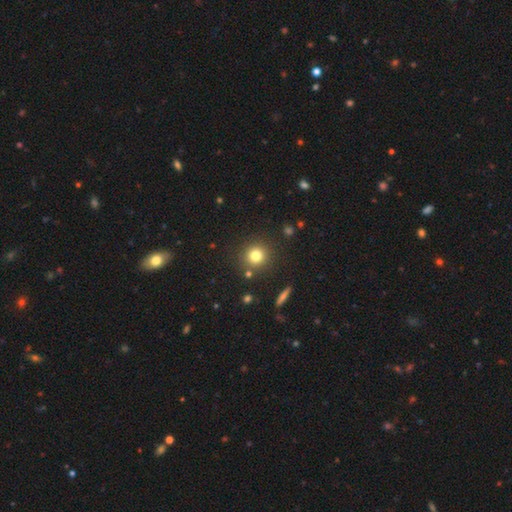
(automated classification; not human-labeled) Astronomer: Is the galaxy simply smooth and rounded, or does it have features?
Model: smooth — 78%.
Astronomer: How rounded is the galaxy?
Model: round — 92%.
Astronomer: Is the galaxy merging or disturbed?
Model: none — 86%.